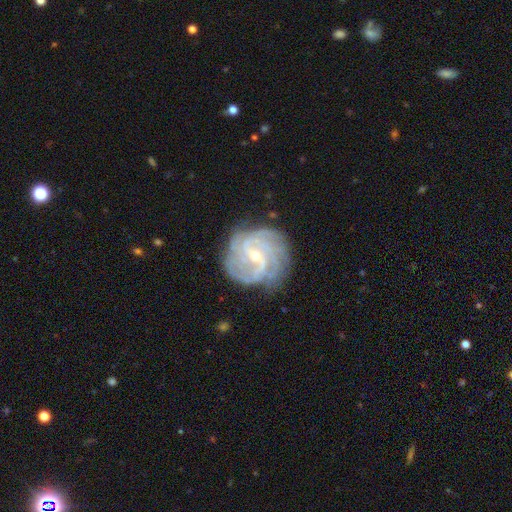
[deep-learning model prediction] Morphology: type=featured or disk (89%); edge-on=no (97%); bar=weak (50%); spiral arms=yes (97%); winding=tight (65%); arm count=4 (27%); bulge=small (67%); merging=none (77%).